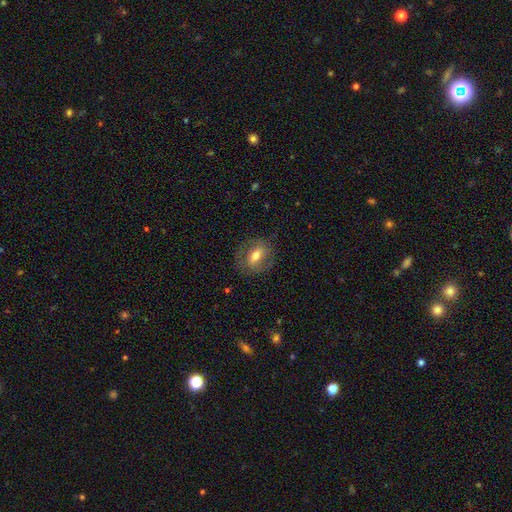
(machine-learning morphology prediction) This appears to be a smooth galaxy with no disk features (47%). Merging: none (77%).